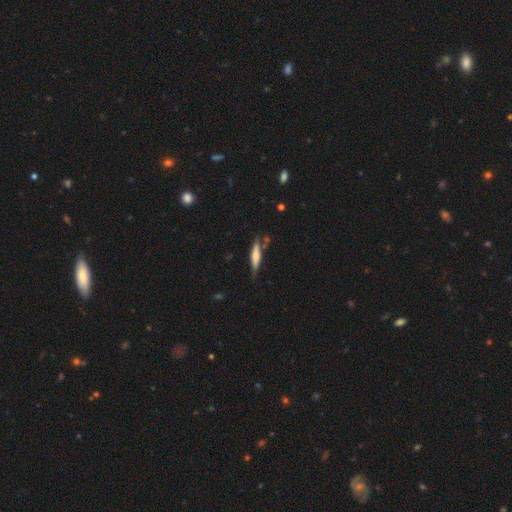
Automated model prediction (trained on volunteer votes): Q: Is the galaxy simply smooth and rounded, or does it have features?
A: smooth — 57%.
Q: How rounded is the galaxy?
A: cigar-shaped — 85%.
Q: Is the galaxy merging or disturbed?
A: none — 71%.